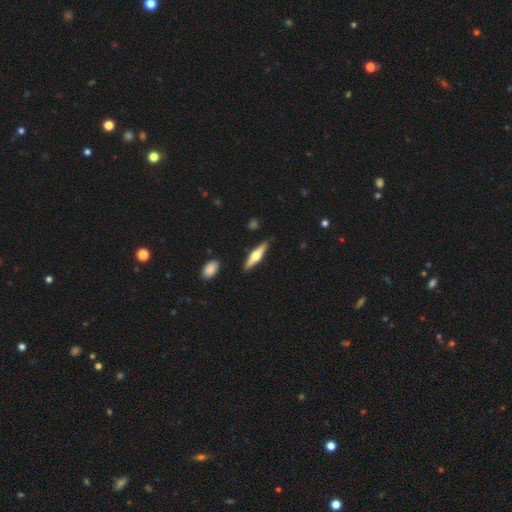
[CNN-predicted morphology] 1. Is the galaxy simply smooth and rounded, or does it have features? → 61% featured or disk, 33% smooth, 5% star or artifact.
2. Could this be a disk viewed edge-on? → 96% yes, 4% no.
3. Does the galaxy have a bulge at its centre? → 94% rounded, 4% boxy, 2% none.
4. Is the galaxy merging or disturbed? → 89% none, 8% minor disturbance, 2% major disturbance, 2% merger.